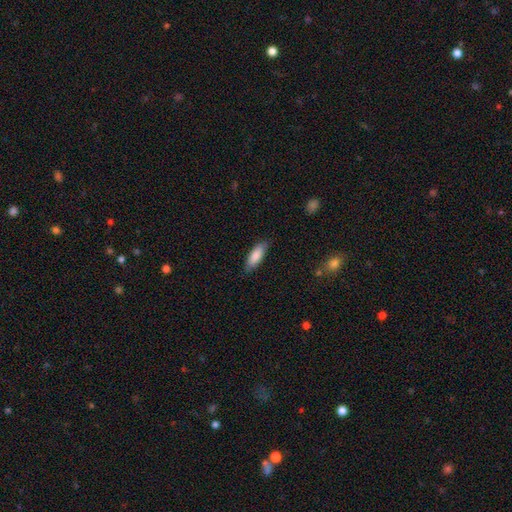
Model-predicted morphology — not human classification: type=smooth (86%); roundness=in between (63%); merging=none (84%).